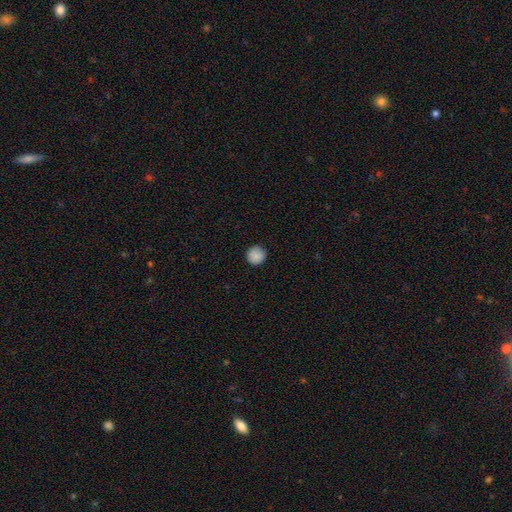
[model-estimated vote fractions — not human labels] smooth-or-featured: smooth: 88% | star or artifact: 8% | featured or disk: 4%
  how-rounded: round: 94% | in between: 5% | cigar-shaped: 1%
  merging: none: 90% | minor disturbance: 7% | major disturbance: 2% | merger: 1%